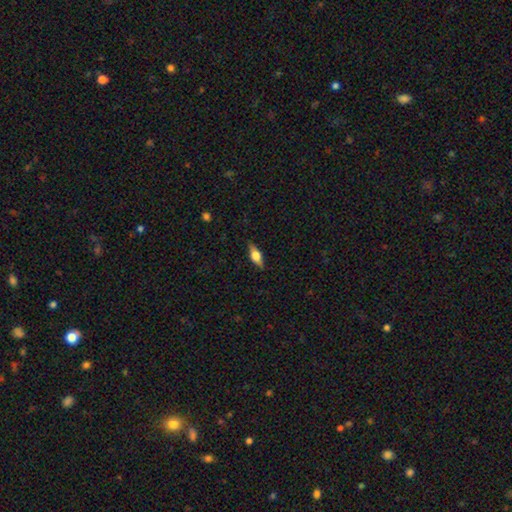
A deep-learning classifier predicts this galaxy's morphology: Overall: featured or disk (47%; smooth 46%). Merging: none (86%).